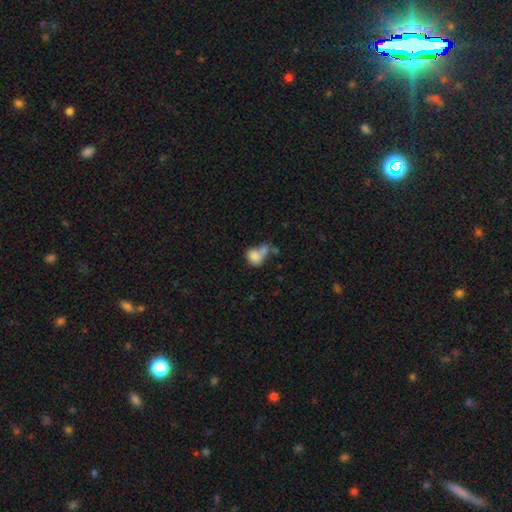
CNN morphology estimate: type=smooth (77%); roundness=in between (59%); merging=merger (50%).